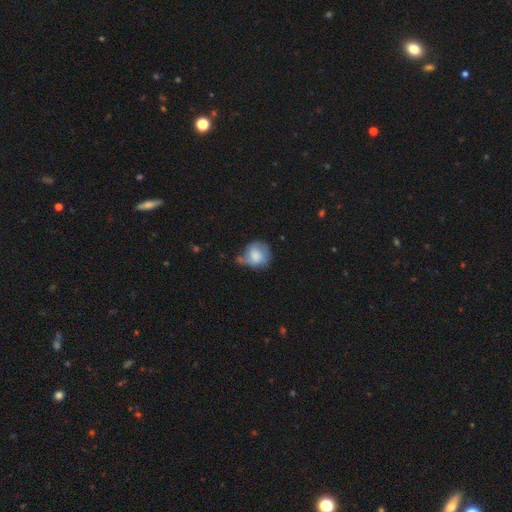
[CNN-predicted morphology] Smooth or featured?
  - smooth: 73% *
  - featured or disk: 19%
  - star or artifact: 8%
How rounded?
  - round: 78% *
  - in between: 21%
  - cigar-shaped: 1%
Merging?
  - none: 38% *
  - minor disturbance: 37%
  - major disturbance: 16%
  - merger: 9%